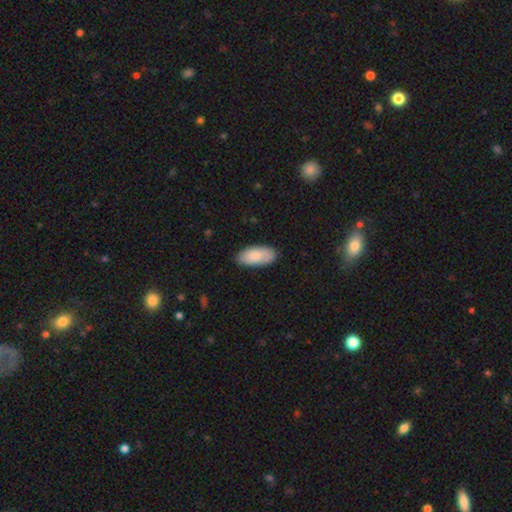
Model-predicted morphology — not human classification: type=smooth (82%); roundness=in between (92%); merging=none (81%).